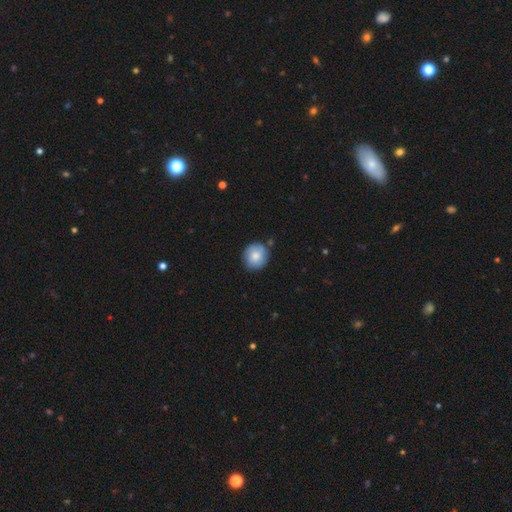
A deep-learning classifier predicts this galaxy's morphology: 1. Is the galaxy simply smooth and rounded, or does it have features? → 78% smooth, 15% featured or disk, 7% star or artifact.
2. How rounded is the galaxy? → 88% round, 11% in between, 1% cigar-shaped.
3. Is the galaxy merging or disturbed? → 80% none, 14% minor disturbance, 3% merger, 3% major disturbance.